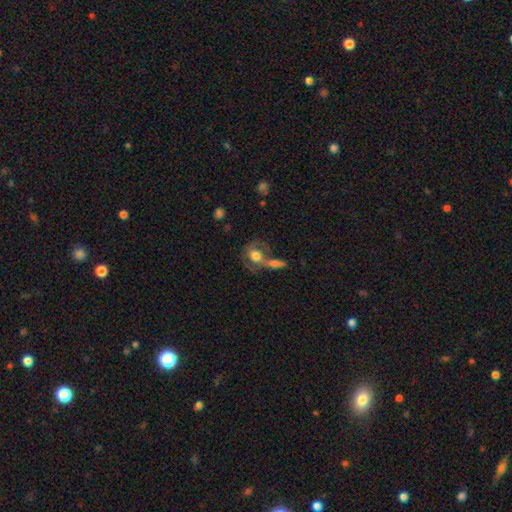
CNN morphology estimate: Smooth or featured? smooth (55%)
How rounded? round (58%)
Merging? merger (38%)